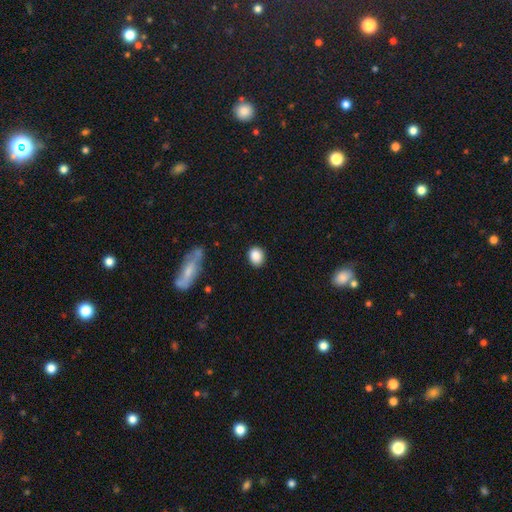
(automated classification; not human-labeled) smooth_or_featured: smooth (p=0.87) [alt: star or artifact p=0.08]
how_rounded: round (p=0.53) [alt: in between p=0.46]
merging: none (p=0.86) [alt: minor disturbance p=0.10]